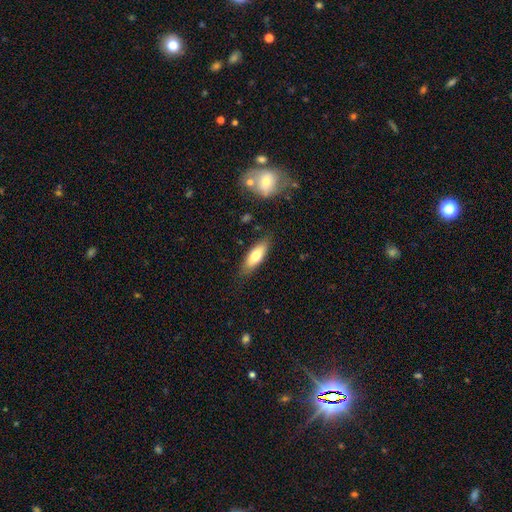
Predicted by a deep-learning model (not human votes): smooth_or_featured: smooth (p=0.72) [alt: featured or disk p=0.21]
how_rounded: in between (p=0.67) [alt: cigar-shaped p=0.31]
merging: none (p=0.81) [alt: minor disturbance p=0.14]